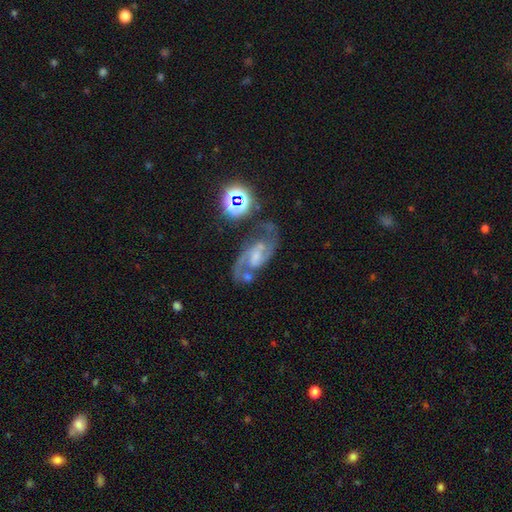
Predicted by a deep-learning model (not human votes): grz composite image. It shows a featured or disk galaxy (82%) with a weak bar (51%), 2 (91%) medium (59%) spiral arms (96%) and a small central bulge (41%). Merging: none (64%).